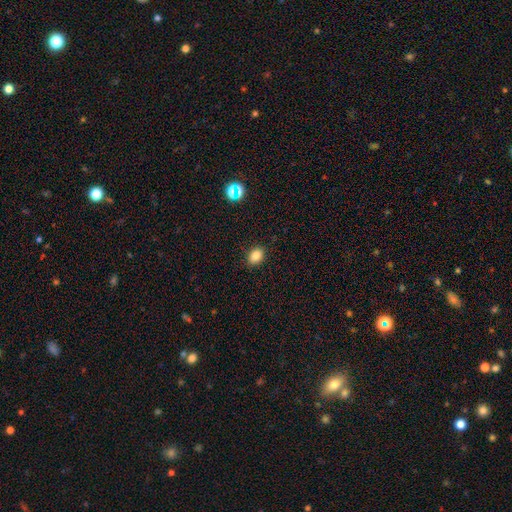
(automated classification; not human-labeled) A smooth galaxy with no disk features (84%) that is in between round and cigar-shaped (69%). Merging: none (88%).